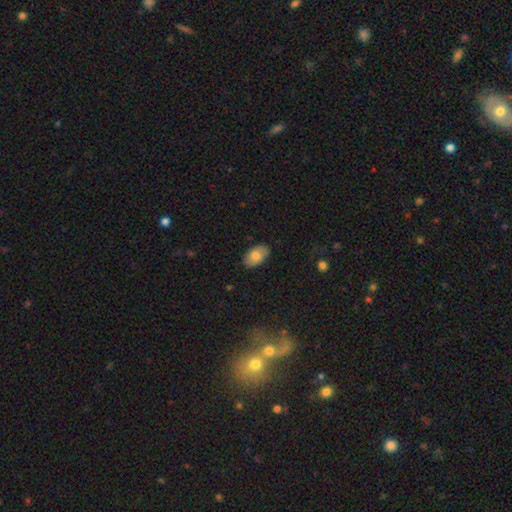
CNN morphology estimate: Smooth or featured? Predicted: smooth (p=0.81). How rounded? Predicted: in between (p=0.94). Merging? Predicted: none (p=0.85).